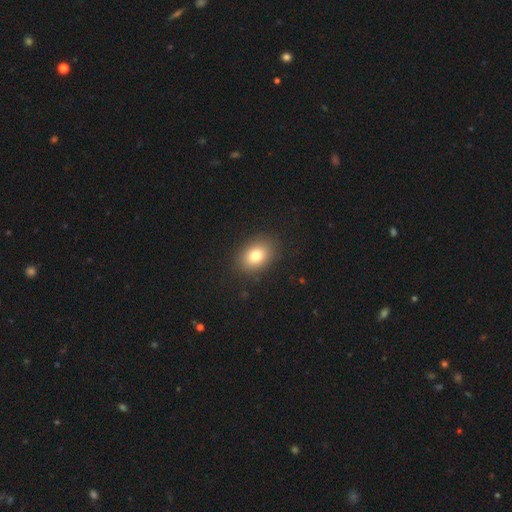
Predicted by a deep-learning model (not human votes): Smooth or featured: smooth — 80% (star or artifact — 10%)
How rounded: in between — 68% (round — 31%)
Merging: none — 88% (minor disturbance — 8%)